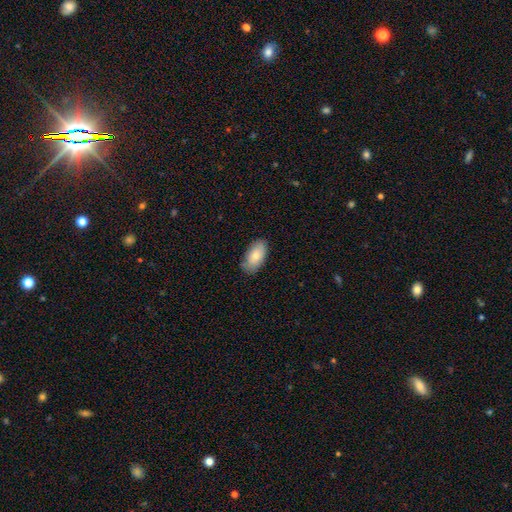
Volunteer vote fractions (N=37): Morphology: type=smooth (89%); roundness=in between (100%); merging=none (66%).